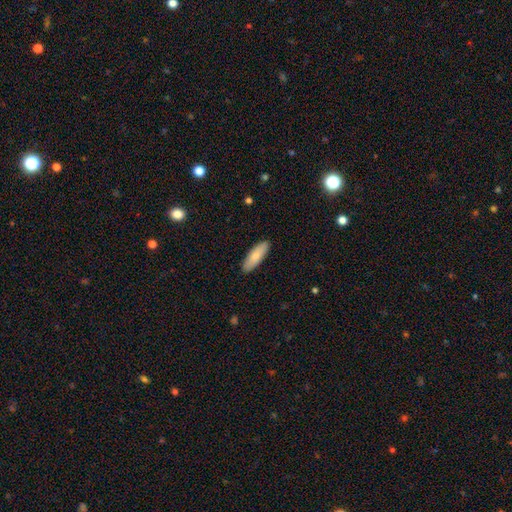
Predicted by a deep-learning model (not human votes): A smooth galaxy with no disk features (80%) that is in between round and cigar-shaped (53%).

Vote fractions:
- Smooth or featured? smooth: 80% / featured or disk: 14% / star or artifact: 5%
- How rounded? in between: 53% / cigar-shaped: 46% / round: 2%
- Merging? none: 90% / minor disturbance: 8% / major disturbance: 2% / merger: 1%